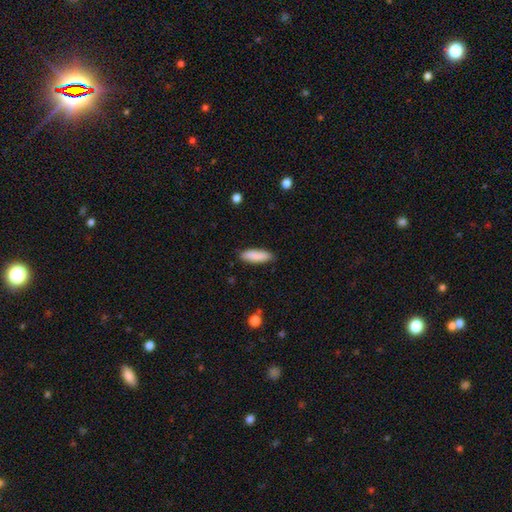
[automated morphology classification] smooth-or-featured: smooth: 88% | featured or disk: 6% | star or artifact: 6%
  how-rounded: in between: 51% | cigar-shaped: 48% | round: 2%
  merging: none: 86% | minor disturbance: 11% | major disturbance: 2% | merger: 1%